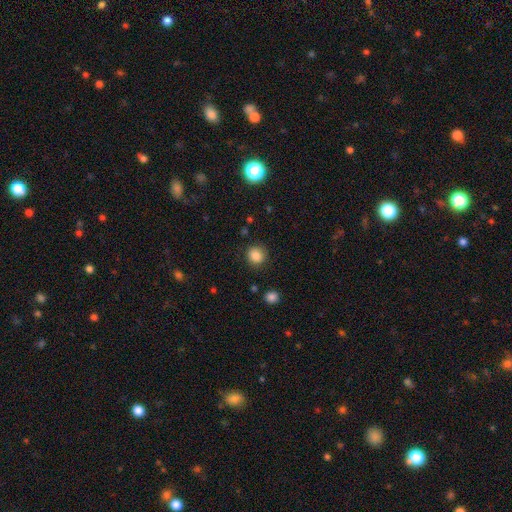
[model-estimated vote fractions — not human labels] This is clearly a smooth galaxy (85%). How rounded: clearly round (86%). Merging: clearly none (86%).